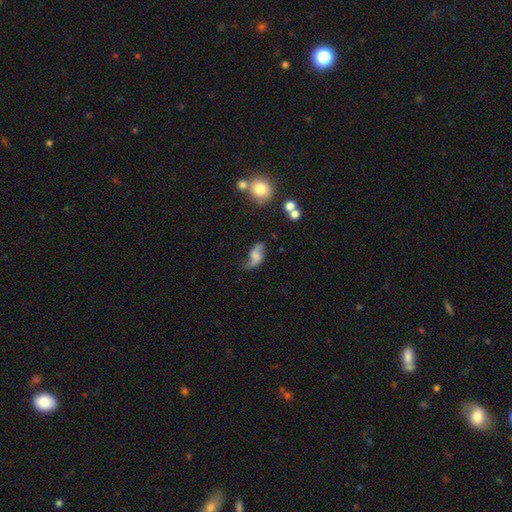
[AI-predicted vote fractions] A featured or disk galaxy (66%) with no bar (52%), 2 (88%) loose (81%) spiral arms (91%) and no central bulge (36%).

Vote fractions:
- Smooth or featured? featured or disk: 66% / smooth: 25% / star or artifact: 9%
- Edge-on disk? no: 95% / yes: 5%
- Bar? no: 52% / weak: 37% / strong: 11%
- Spiral arms? yes: 91% / no: 9%
- Spiral winding? loose: 81% / medium: 15% / tight: 4%
- Spiral arm count? 2: 88% / 1: 6% / can't tell: 3% / 3: 1% / 4: 1% / more than 4: 1%
- Bulge size? none: 36% / moderate: 27% / small: 22% / large: 12% / dominant: 3%
- Merging? none: 55% / minor disturbance: 26% / major disturbance: 15% / merger: 5%